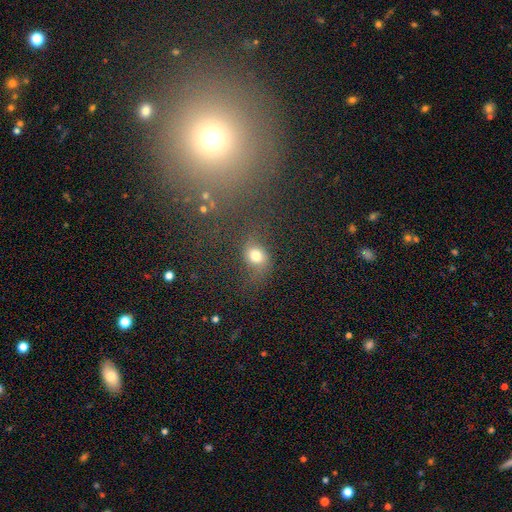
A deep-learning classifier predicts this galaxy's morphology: type=smooth (69%); roundness=in between (50%); merging=none (55%).